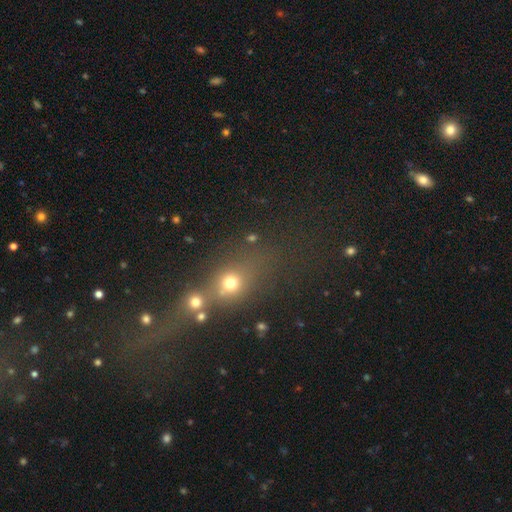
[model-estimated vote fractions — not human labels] Smooth or featured? Predicted: smooth (p=0.41). Merging? Predicted: none (p=0.39, tied with merger).